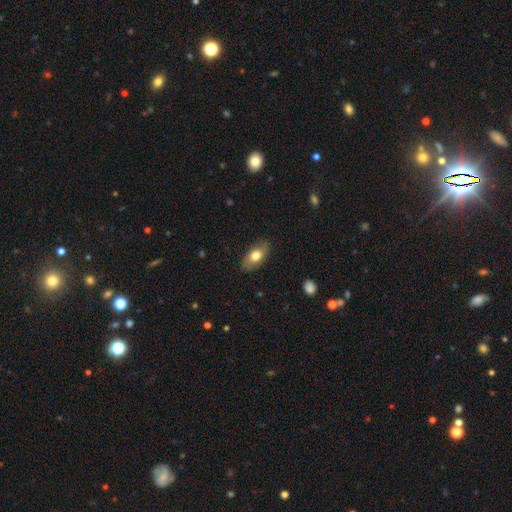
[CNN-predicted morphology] Q: Smooth or featured?
A: smooth (71%); runner-up: featured or disk (23%)
Q: How rounded?
A: in between (89%); runner-up: round (6%)
Q: Merging?
A: none (84%); runner-up: minor disturbance (13%)